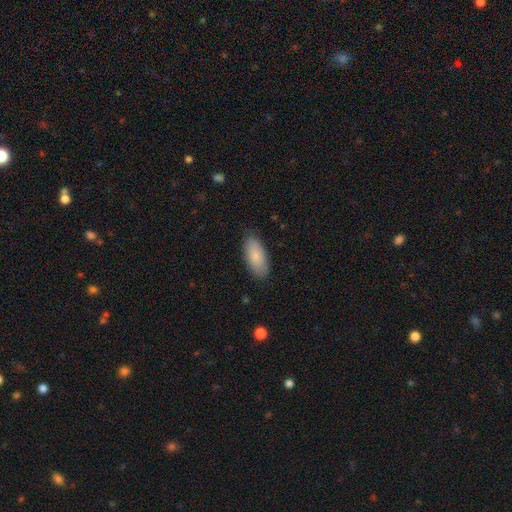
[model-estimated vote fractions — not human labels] Morphology: type=smooth (85%); roundness=in between (88%); merging=none (85%).